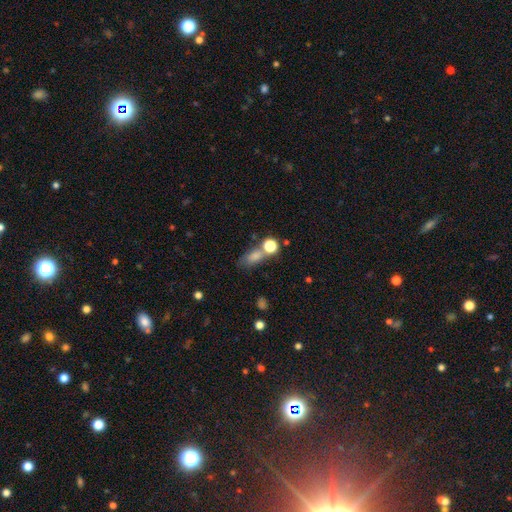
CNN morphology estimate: The model was most divided on "merging": none: 47%, merger: 28%, minor disturbance: 16%, major disturbance: 10%. More confident: smooth or featured — smooth (74%); how rounded — in between (65%).